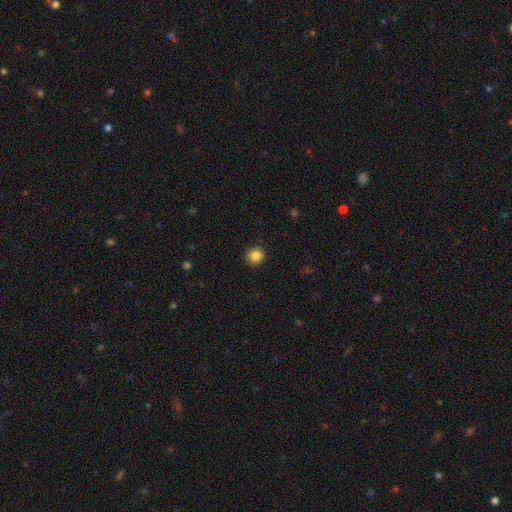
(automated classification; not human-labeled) Smooth or featured? Predicted: smooth (p=0.85). How rounded? Predicted: round (p=0.93). Merging? Predicted: none (p=0.92).